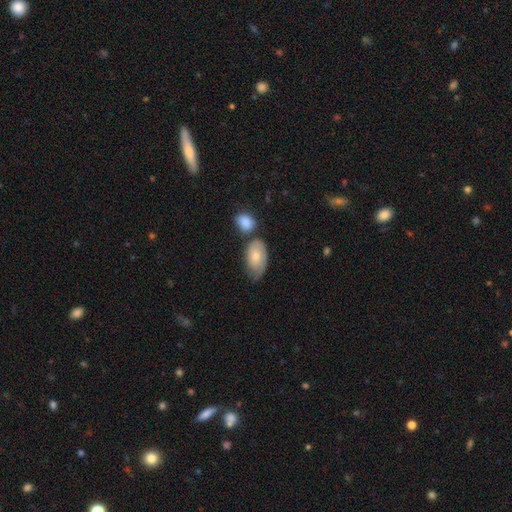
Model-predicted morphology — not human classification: Smooth or featured: smooth — 68% (featured or disk — 26%)
How rounded: in between — 92% (round — 6%)
Merging: none — 39% (minor disturbance — 29%)